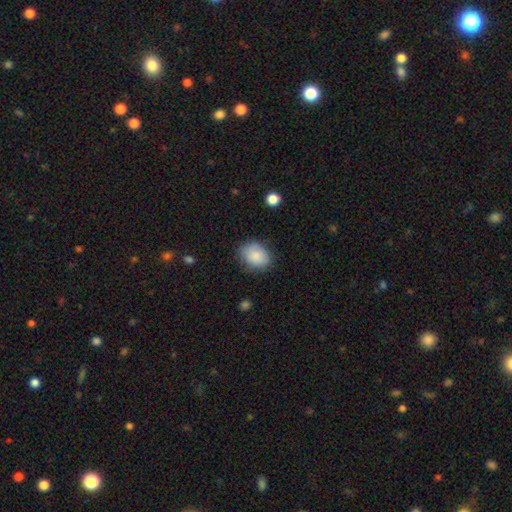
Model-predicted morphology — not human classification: Smooth or featured? smooth (87%)
How rounded? in between (60%)
Merging? none (78%)